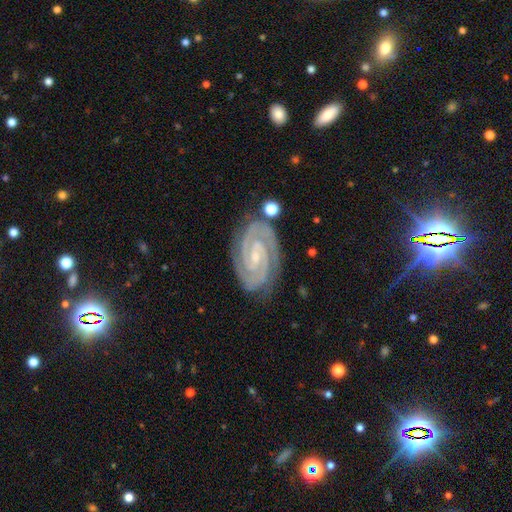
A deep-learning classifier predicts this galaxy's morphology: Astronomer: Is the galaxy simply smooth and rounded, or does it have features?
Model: featured or disk — 92%.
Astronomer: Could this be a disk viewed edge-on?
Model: no — 98%.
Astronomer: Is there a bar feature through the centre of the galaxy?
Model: weak — 40% (runner-up: no, 38%).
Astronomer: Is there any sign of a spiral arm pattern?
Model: yes — 99%.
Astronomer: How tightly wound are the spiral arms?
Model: tight — 79%.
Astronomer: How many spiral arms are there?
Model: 2 — 84%.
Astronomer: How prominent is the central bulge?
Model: small — 79%.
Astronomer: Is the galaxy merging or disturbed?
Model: none — 83%.